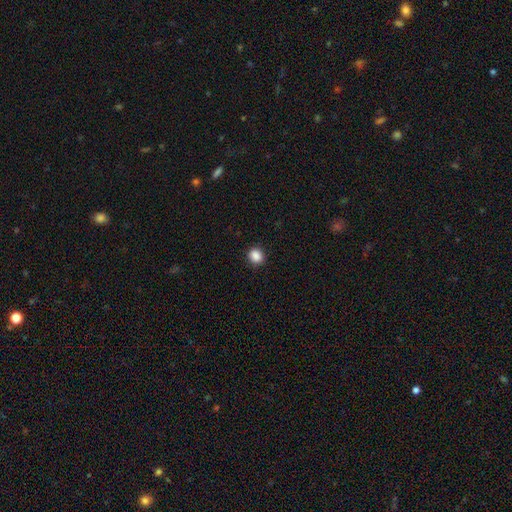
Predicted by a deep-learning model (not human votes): Morphology: type=smooth (88%); roundness=round (79%); merging=none (91%).